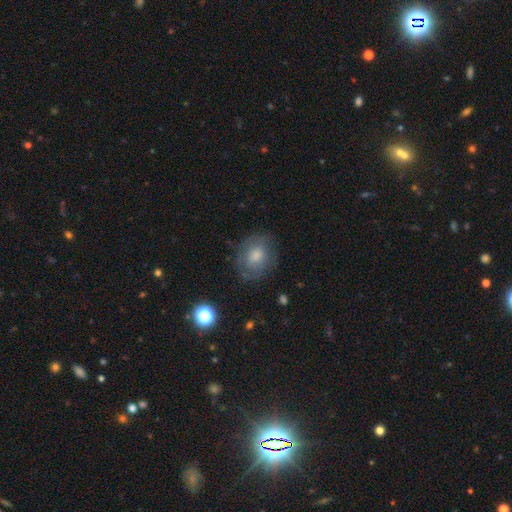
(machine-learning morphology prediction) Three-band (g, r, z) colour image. It shows a smooth galaxy with no disk features (61%) that is round (58%). Merging: none (69%).